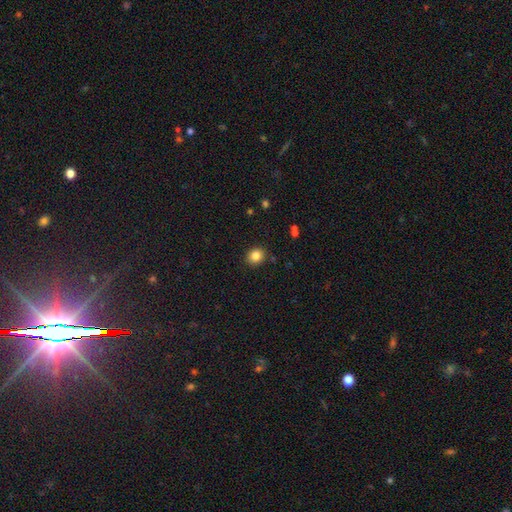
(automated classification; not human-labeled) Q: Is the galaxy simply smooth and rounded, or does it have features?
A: smooth — 84%.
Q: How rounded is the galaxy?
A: round — 75%.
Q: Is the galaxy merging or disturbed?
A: none — 89%.